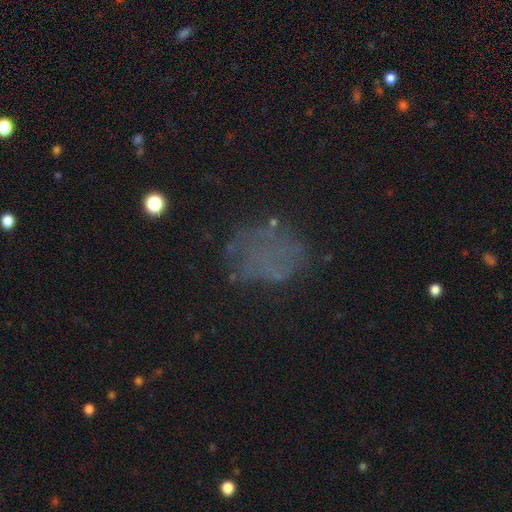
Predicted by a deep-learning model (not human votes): smooth 43%, star or artifact 33%, featured or disk 24%. Down the decision tree: merging — none (64%).